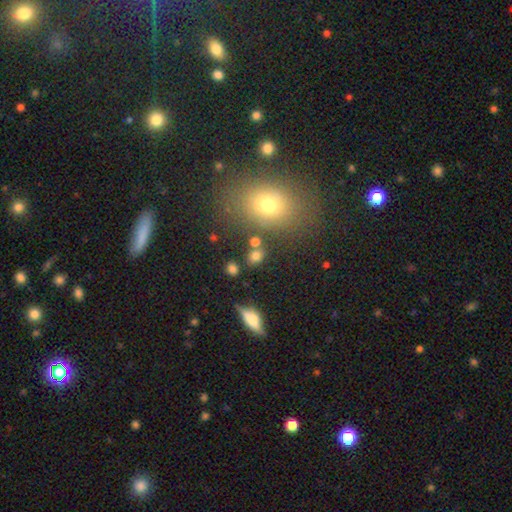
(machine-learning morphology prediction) This appears to be a smooth galaxy with no disk features (76%) that is round (54%). Merging: none (72%).